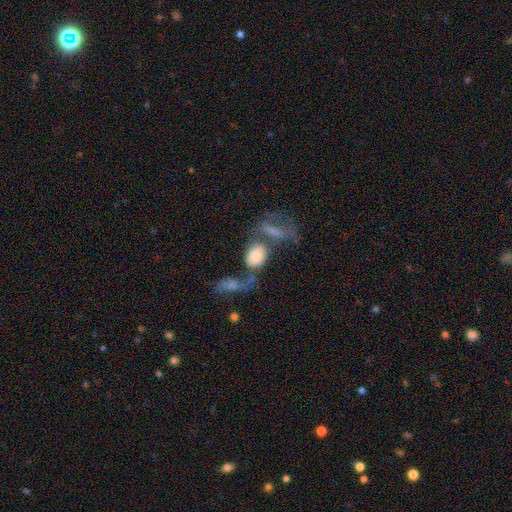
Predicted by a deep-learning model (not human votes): A smooth galaxy with no disk features (65%) that is in between round and cigar-shaped (73%). Merging: merger (48%).